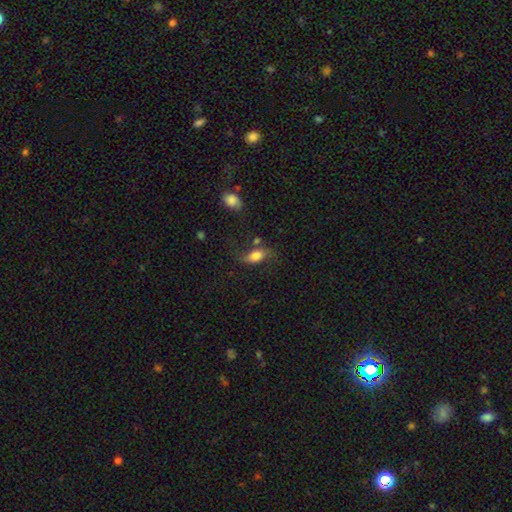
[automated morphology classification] A smooth galaxy with no disk features (64%) that is in between round and cigar-shaped (83%). Merging: none (55%).